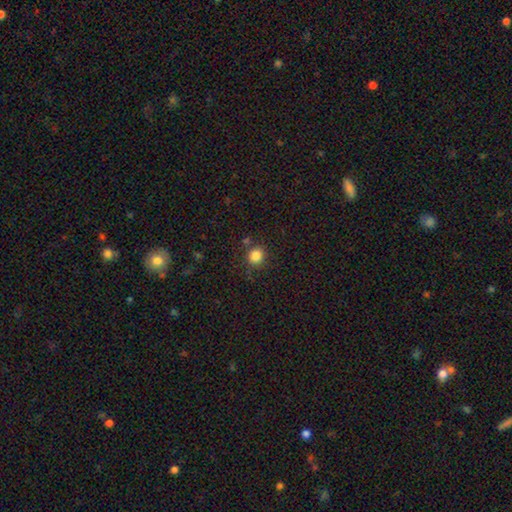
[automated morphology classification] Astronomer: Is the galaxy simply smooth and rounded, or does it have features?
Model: smooth — 84%.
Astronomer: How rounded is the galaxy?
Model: round — 87%.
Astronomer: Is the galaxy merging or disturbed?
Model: none — 82%.